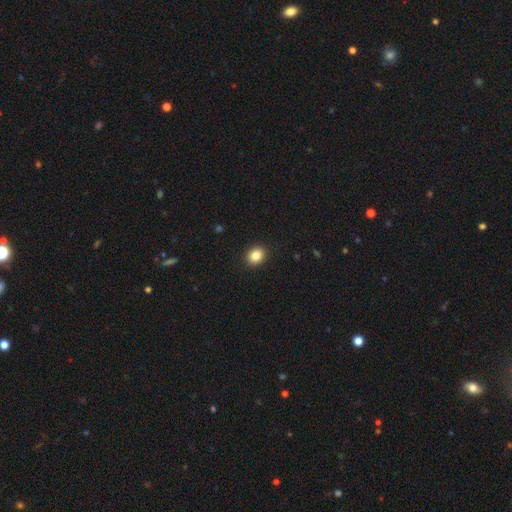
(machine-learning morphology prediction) This is clearly a smooth galaxy (87%). How rounded: likely round (61%). Merging: clearly none (91%).